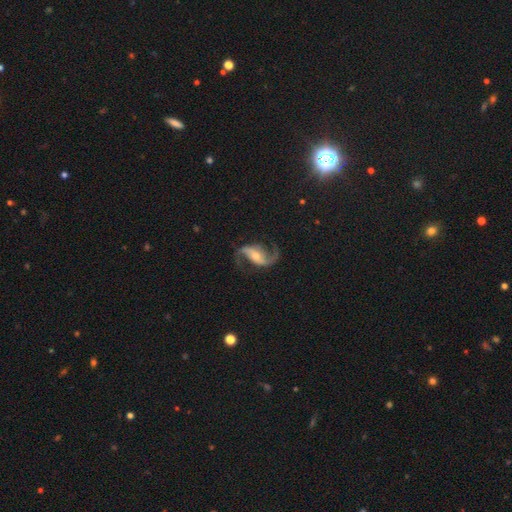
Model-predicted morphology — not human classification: featured or disk 91%, star or artifact 5%, smooth 4%. Down the decision tree: edge-on disk — no (97%); bar — strong (37%); spiral arms — yes (97%); spiral arm count — 2 (93%); spiral winding — loose (64%); bulge size — moderate (50%); merging — none (78%).